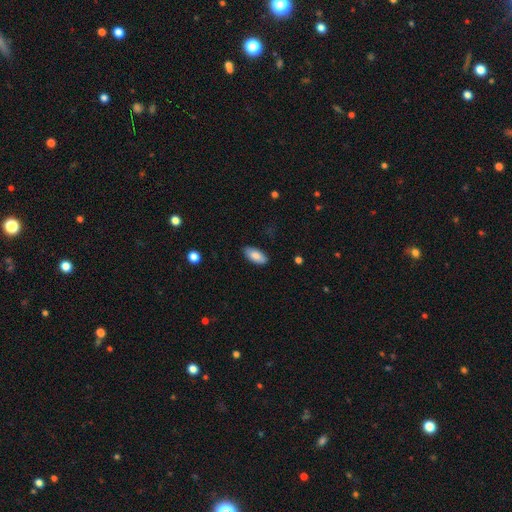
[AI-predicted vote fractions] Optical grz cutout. It shows a smooth galaxy with no disk features (84%) that is in between round and cigar-shaped (90%). Merging: none (87%).